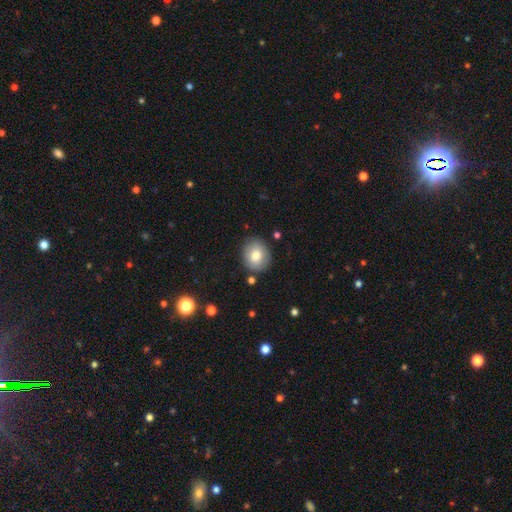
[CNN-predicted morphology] Smooth or featured? Predicted: smooth (p=0.76). How rounded? Predicted: round (p=0.69). Merging? Predicted: none (p=0.84).